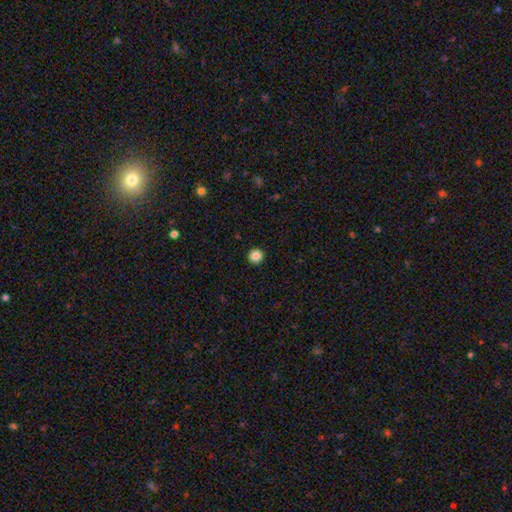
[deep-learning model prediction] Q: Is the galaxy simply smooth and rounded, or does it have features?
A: smooth — 86%.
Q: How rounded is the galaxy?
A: round — 95%.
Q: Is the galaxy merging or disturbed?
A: none — 94%.